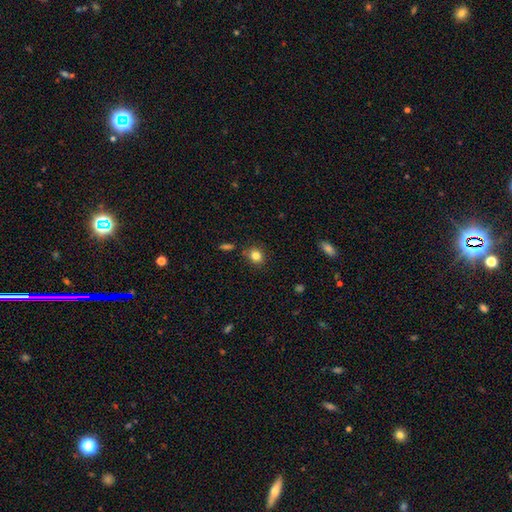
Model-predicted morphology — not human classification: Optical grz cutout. It shows a smooth galaxy with no disk features (84%) that is round (58%). Merging: none (83%).